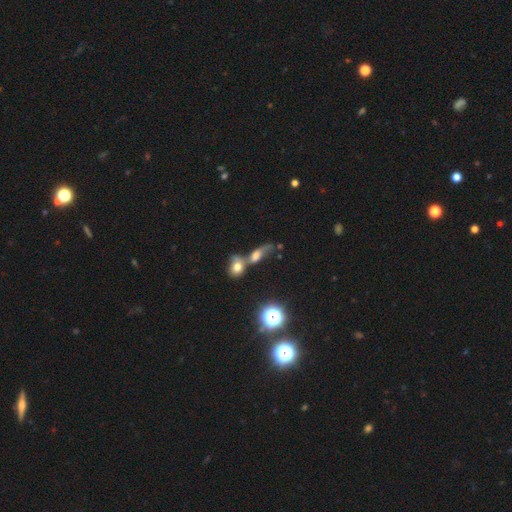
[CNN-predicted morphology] Q: Smooth or featured?
A: smooth (48%); runner-up: featured or disk (32%)
Q: Merging?
A: merger (56%); runner-up: none (24%)